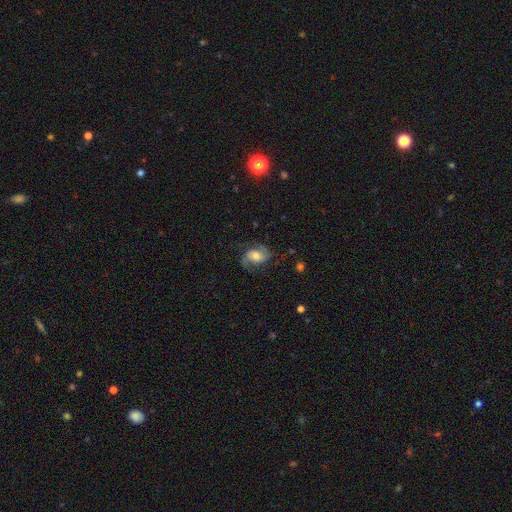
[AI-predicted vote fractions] The model was most divided on "spiral winding": medium: 47%, loose: 35%, tight: 18%. Remaining: edge-on disk — no (97%); spiral arms — yes (92%); spiral arm count — 2 (85%); merging — none (65%); smooth or featured — featured or disk (65%); bar — no (53%); bulge size — moderate (50%).